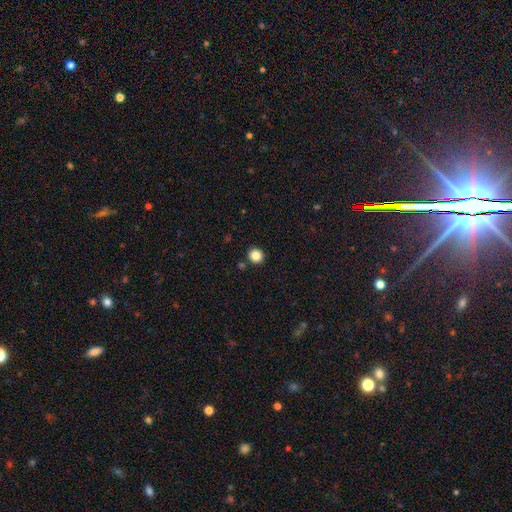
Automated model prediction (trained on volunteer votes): Smooth or featured?
  - smooth: 84% *
  - star or artifact: 11%
  - featured or disk: 4%
How rounded?
  - round: 90% *
  - in between: 10%
  - cigar-shaped: 1%
Merging?
  - none: 89% *
  - minor disturbance: 5%
  - merger: 4%
  - major disturbance: 2%